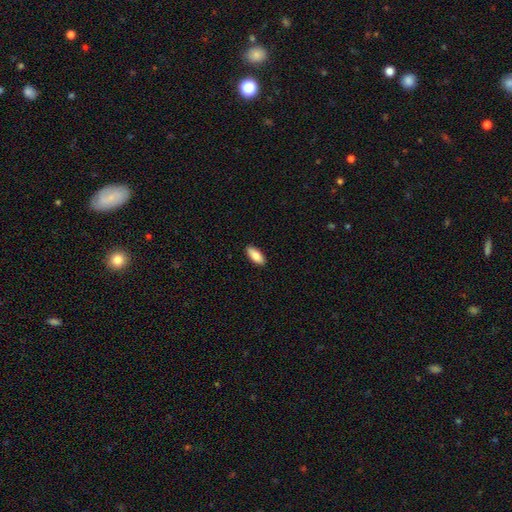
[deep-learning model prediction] This is clearly a smooth galaxy (84%). How rounded: clearly in between (83%). Merging: clearly none (90%).